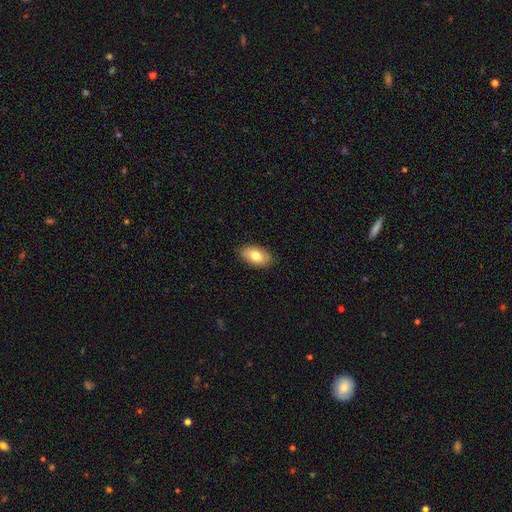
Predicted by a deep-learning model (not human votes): This is likely a smooth galaxy (77%). How rounded: clearly in between (93%). Merging: clearly none (87%).